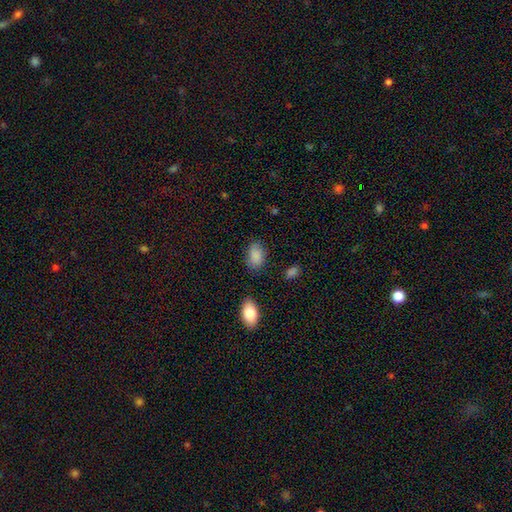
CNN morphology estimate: Overall: smooth (88%). How rounded: in between (89%). Merging: none (77%).